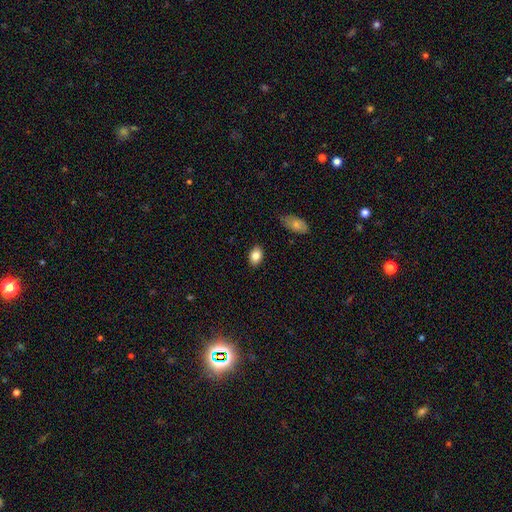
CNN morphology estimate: This is clearly a smooth galaxy (83%). How rounded: clearly in between (83%). Merging: clearly none (87%).